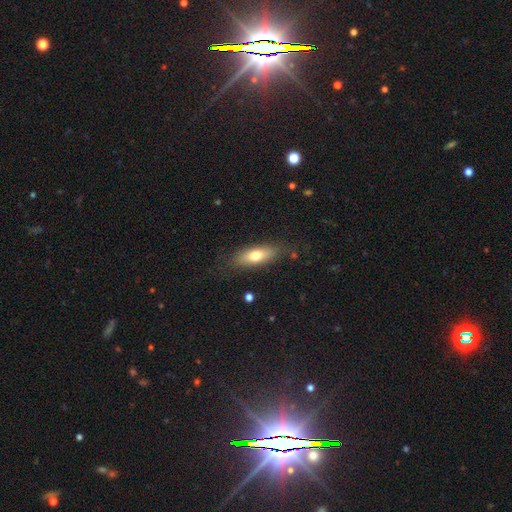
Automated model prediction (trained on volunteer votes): The model was most divided on "how rounded": in between: 64%, cigar-shaped: 32%, round: 3%. More confident: merging — none (81%); smooth or featured — smooth (71%).